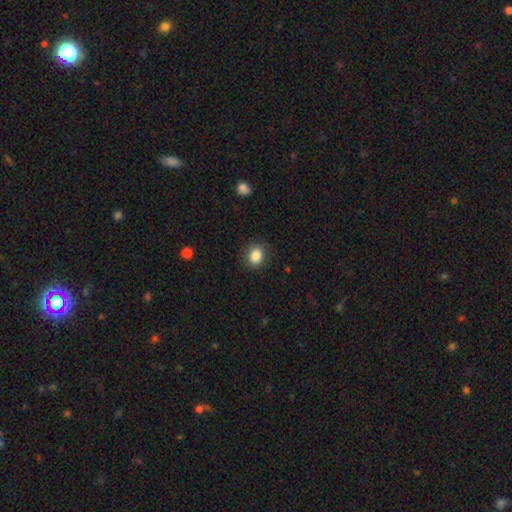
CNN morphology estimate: Smooth or featured: smooth — 86% (star or artifact — 9%)
How rounded: round — 65% (in between — 34%)
Merging: none — 86% (minor disturbance — 10%)